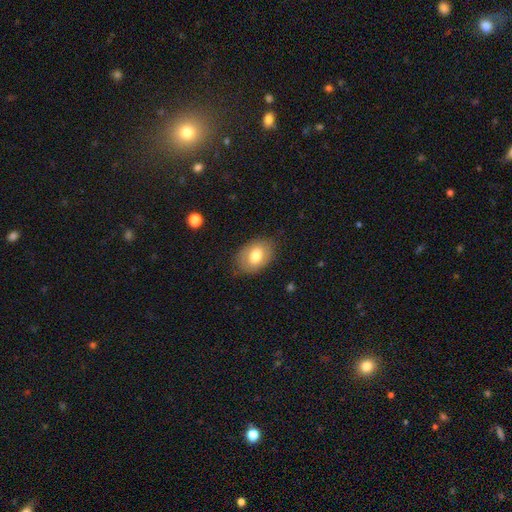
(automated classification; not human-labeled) This appears to be a smooth galaxy with no disk features (74%) that is in between round and cigar-shaped (81%). Merging: none (78%).